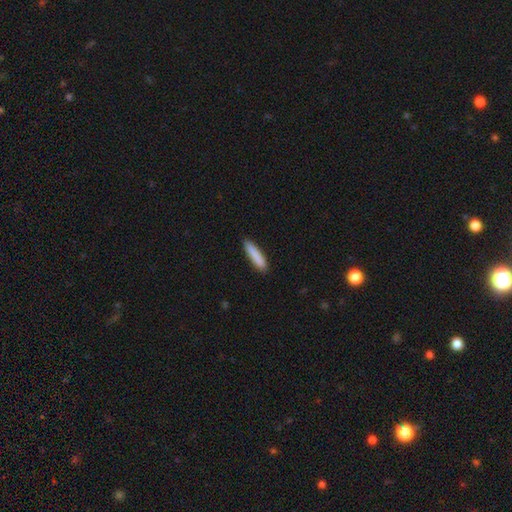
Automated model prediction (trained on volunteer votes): smooth-or-featured: smooth: 87% | featured or disk: 8% | star or artifact: 6%
  how-rounded: cigar-shaped: 87% | in between: 12% | round: 1%
  merging: none: 89% | minor disturbance: 8% | major disturbance: 2% | merger: 1%